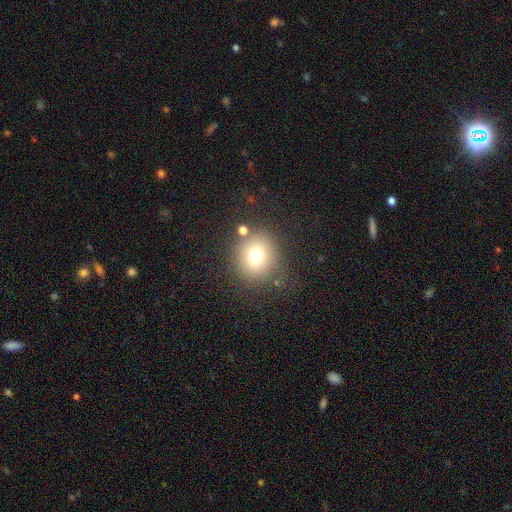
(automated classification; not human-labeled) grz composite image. It shows a smooth galaxy with no disk features (73%) that is round (83%). Merging: none (78%).